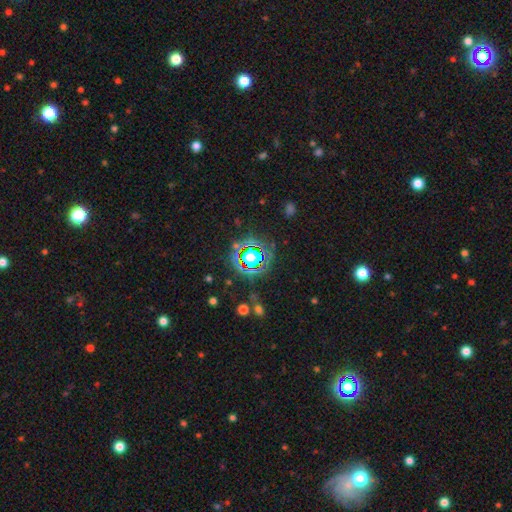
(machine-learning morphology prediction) star or artifact 72%, smooth 17%, featured or disk 10%.